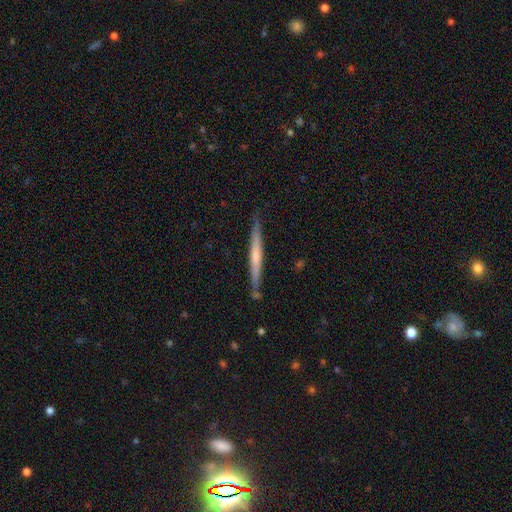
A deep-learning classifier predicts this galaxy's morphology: This appears to be a featured or disk galaxy (52%) viewed edge-on (97%). Merging: none (85%).